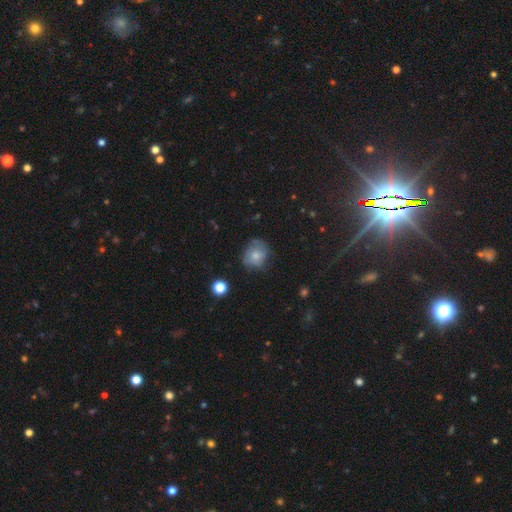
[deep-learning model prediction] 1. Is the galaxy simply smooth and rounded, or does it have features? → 66% smooth, 23% featured or disk, 11% star or artifact.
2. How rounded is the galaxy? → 73% round, 26% in between, 1% cigar-shaped.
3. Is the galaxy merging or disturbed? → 60% none, 27% minor disturbance, 11% major disturbance, 2% merger.